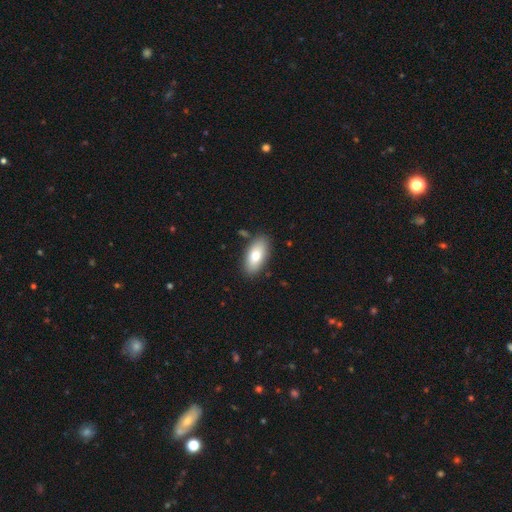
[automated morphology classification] type=smooth (74%); roundness=in between (90%); merging=none (86%).